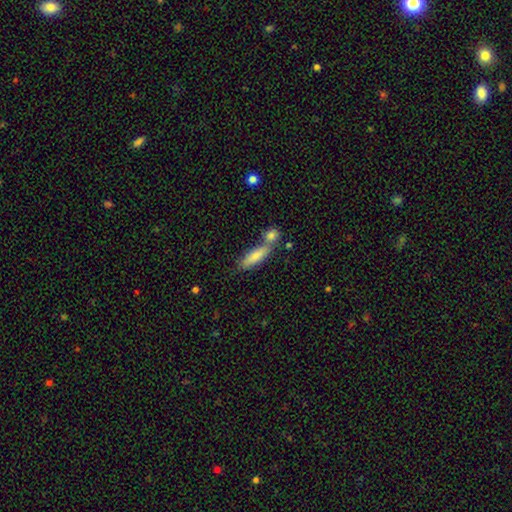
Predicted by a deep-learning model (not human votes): A smooth galaxy with no disk features (79%) that is cigar-shaped (54%). Merging: none (48%).